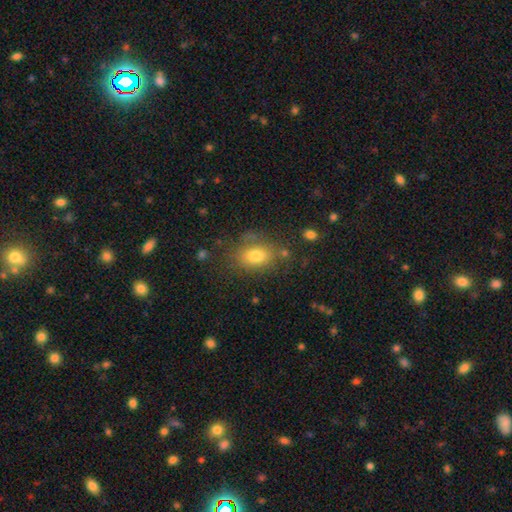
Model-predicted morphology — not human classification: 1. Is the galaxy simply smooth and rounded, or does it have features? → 77% smooth, 12% featured or disk, 10% star or artifact.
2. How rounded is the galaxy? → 77% in between, 21% round, 2% cigar-shaped.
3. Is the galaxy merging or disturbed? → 70% none, 18% minor disturbance, 7% major disturbance, 5% merger.